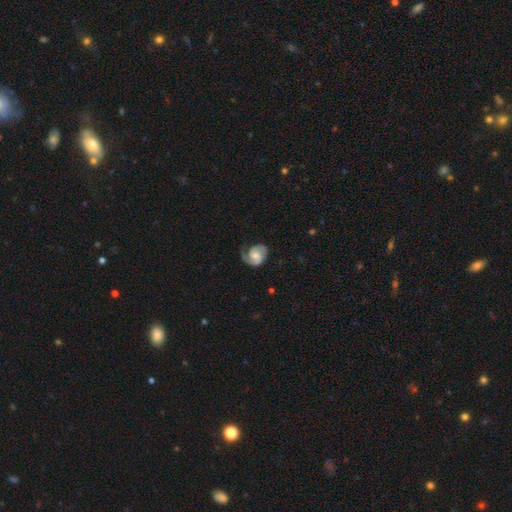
Smooth or featured: featured or disk — 82% (smooth — 13%)
Edge-on disk: no — 97% (yes — 3%)
Bar: no — 58% (weak — 35%)
Spiral arms: yes — 100%
Spiral winding: medium — 55% (loose — 26%)
Spiral arm count: 1 — 58% (2 — 39%)
Bulge size: small — 45% (moderate — 29%)
Merging: none — 62% (minor disturbance — 24%)